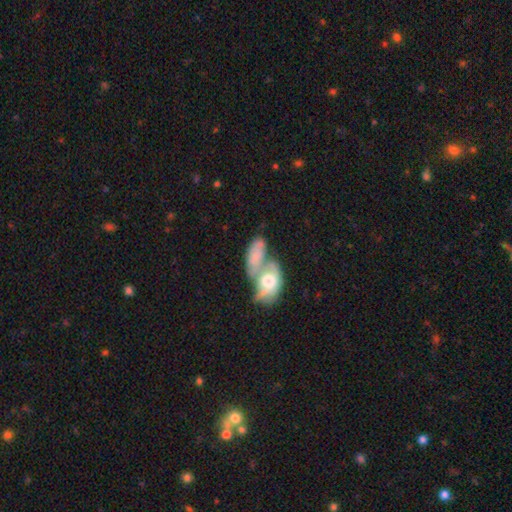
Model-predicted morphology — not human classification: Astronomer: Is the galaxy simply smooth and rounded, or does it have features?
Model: smooth — 58% (runner-up: featured or disk, 34%).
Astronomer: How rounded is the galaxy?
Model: in between — 85%.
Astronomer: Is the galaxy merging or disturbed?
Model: merger — 65%.